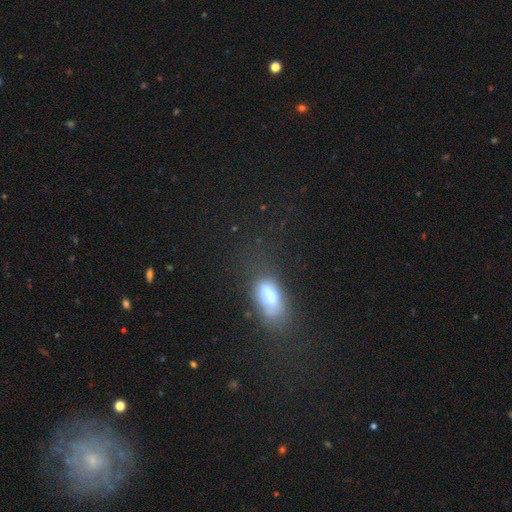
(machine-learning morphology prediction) Smooth or featured: smooth — 61% (star or artifact — 23%)
How rounded: in between — 76% (cigar-shaped — 14%)
Merging: none — 68% (minor disturbance — 16%)